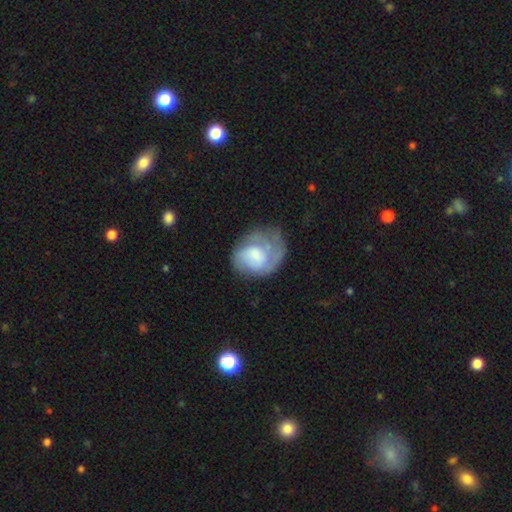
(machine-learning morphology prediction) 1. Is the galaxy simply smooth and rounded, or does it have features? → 55% featured or disk, 38% smooth, 7% star or artifact.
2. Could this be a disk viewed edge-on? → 98% no, 2% yes.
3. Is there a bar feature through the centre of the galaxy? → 61% no, 33% weak, 6% strong.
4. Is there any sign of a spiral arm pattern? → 73% yes, 27% no.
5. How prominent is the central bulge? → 36% moderate, 29% small, 17% large, 15% none, 3% dominant.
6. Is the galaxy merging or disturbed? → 44% none, 27% major disturbance, 27% minor disturbance, 3% merger.